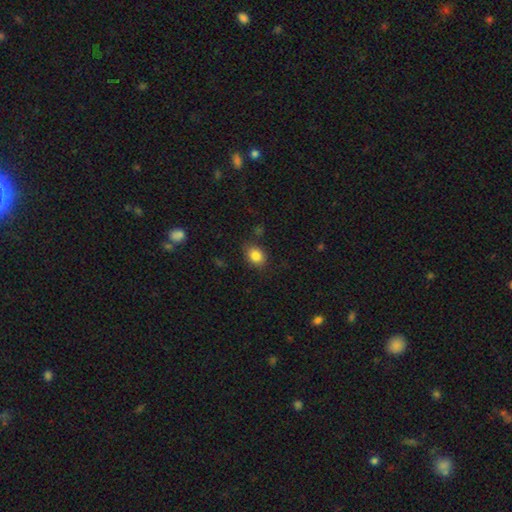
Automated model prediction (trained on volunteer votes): smooth_or_featured: smooth (p=0.84) [alt: star or artifact p=0.10]
how_rounded: in between (p=0.58) [alt: round p=0.41]
merging: none (p=0.81) [alt: minor disturbance p=0.13]